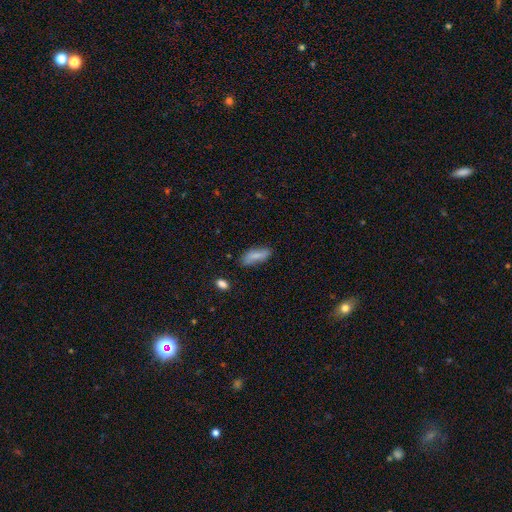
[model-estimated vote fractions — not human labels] A smooth galaxy with no disk features (77%) that is in between round and cigar-shaped (64%). Merging: none (66%).